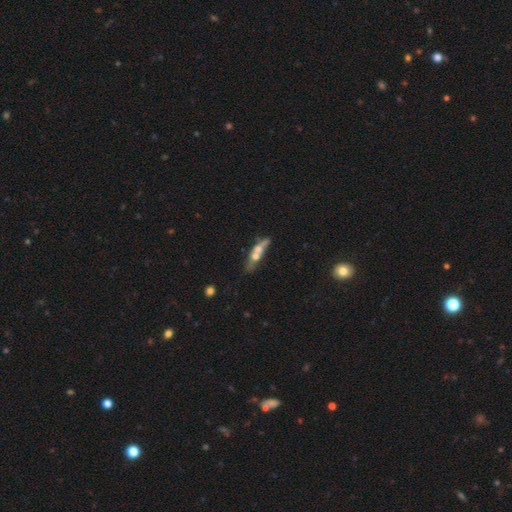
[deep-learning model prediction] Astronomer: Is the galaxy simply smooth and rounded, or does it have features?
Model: featured or disk — 54% (runner-up: smooth, 38%).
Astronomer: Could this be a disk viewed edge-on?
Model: yes — 62% (runner-up: no, 38%).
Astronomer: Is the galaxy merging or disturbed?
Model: none — 39%, tied with merger at 39%.